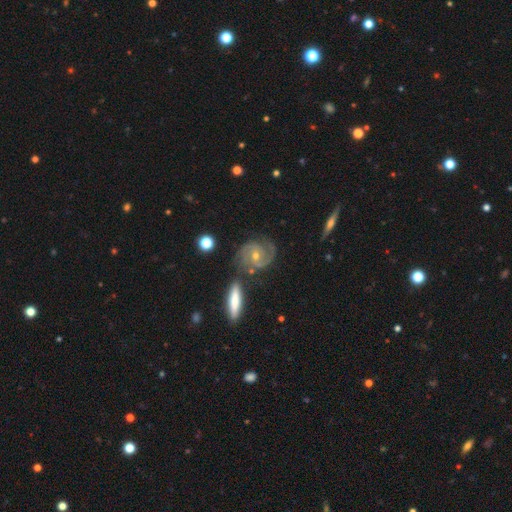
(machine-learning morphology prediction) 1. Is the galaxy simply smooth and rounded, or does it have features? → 88% featured or disk, 6% smooth, 6% star or artifact.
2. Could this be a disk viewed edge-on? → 96% no, 4% yes.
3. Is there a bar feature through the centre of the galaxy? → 55% no, 33% weak, 11% strong.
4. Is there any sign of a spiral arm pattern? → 97% yes, 3% no.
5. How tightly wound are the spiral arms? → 45% medium (tied), 45% tight (tied), 10% loose.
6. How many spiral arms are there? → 85% 2, 5% 3, 5% can't tell, 2% 1, 1% 4, 1% more than 4.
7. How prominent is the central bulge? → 56% small, 40% moderate, 2% none, 2% large, 1% dominant.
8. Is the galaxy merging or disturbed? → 73% none, 15% minor disturbance, 7% merger, 5% major disturbance.